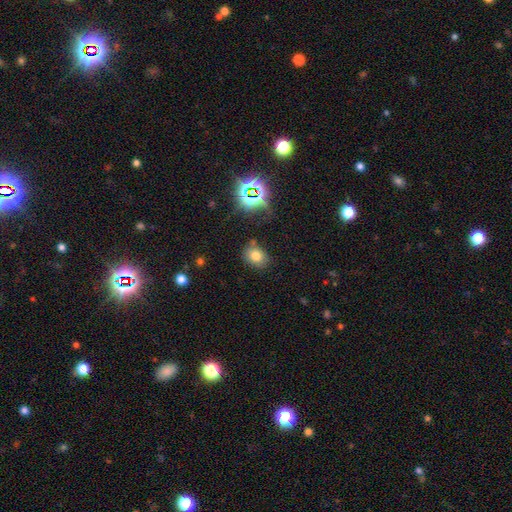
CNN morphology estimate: A smooth galaxy with no disk features (72%) that is in between round and cigar-shaped (53%).

Vote fractions:
- Smooth or featured? smooth: 72% / star or artifact: 18% / featured or disk: 10%
- How rounded? in between: 53% / round: 46% / cigar-shaped: 1%
- Merging? none: 76% / minor disturbance: 15% / merger: 5% / major disturbance: 4%